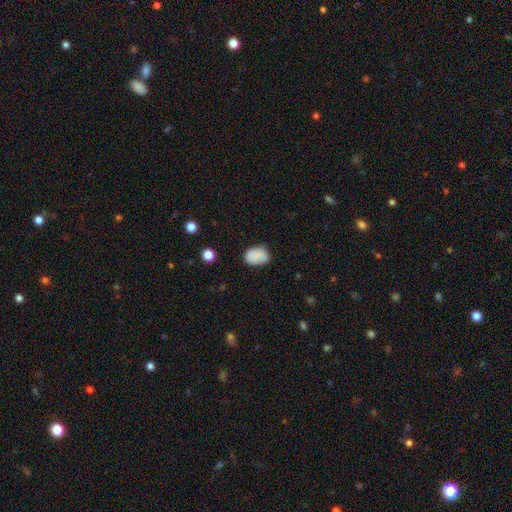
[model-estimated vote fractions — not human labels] Morphology: type=smooth (85%); roundness=in between (78%); merging=none (65%).